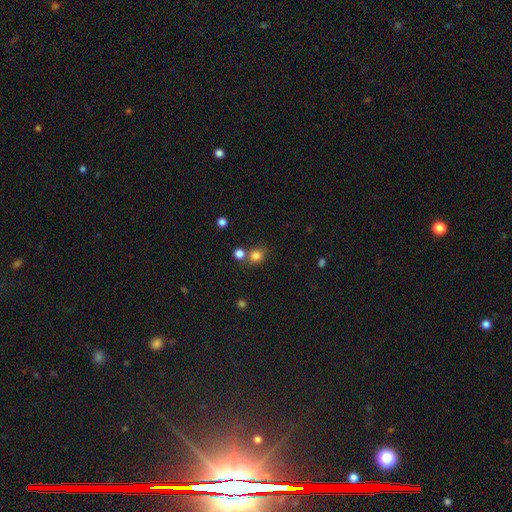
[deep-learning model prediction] Morphology: type=smooth (81%); roundness=round (79%); merging=none (63%).